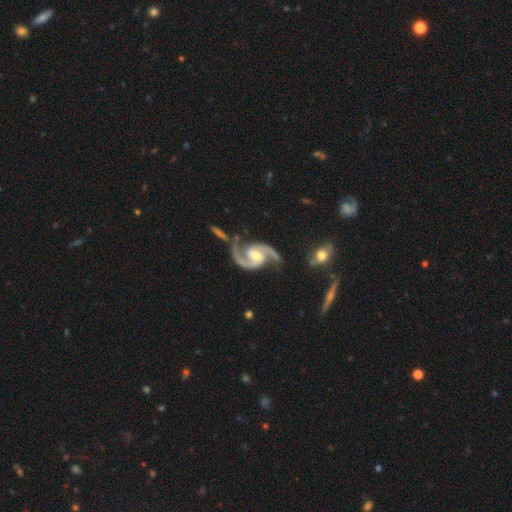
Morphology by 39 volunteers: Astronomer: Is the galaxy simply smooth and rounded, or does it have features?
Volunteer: featured or disk — 95%.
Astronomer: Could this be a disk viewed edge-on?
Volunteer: no — 97%.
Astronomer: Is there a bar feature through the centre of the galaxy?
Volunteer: weak — 61%.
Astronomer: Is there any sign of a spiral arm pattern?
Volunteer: yes — 100%.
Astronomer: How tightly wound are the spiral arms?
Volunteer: medium — 75%.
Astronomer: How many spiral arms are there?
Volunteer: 2 — 100%.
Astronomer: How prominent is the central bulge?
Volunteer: moderate — 58% (runner-up: small, 36%).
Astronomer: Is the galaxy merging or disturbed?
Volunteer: none — 58%.